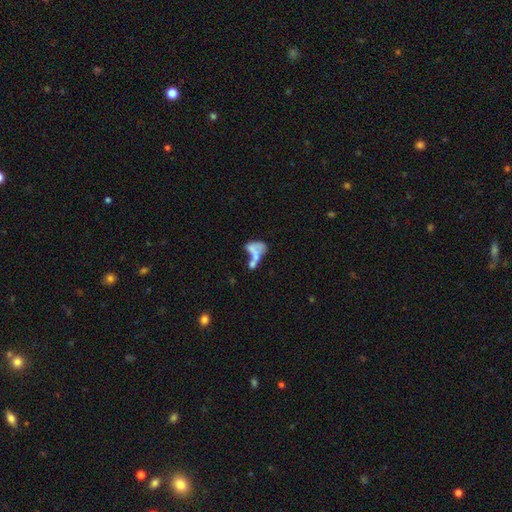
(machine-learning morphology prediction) type=smooth (44%); merging=merger (57%).